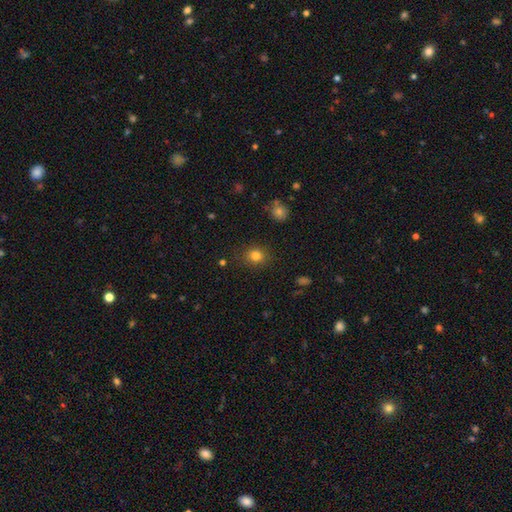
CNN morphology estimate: This is clearly a smooth galaxy (80%). How rounded: likely round (75%). Merging: clearly none (86%).